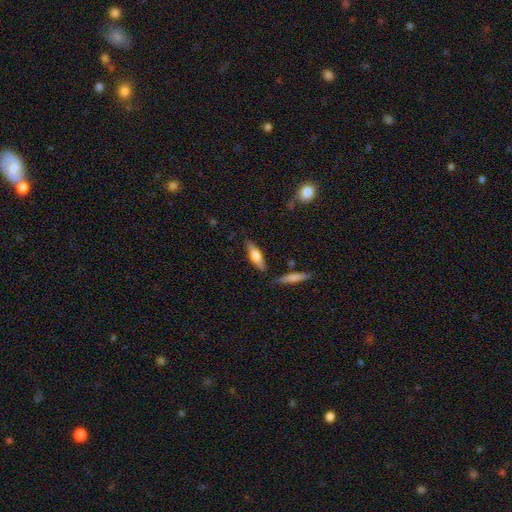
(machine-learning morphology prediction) Smooth or featured: smooth — 54% (featured or disk — 40%)
How rounded: cigar-shaped — 63% (in between — 35%)
Merging: none — 79% (minor disturbance — 13%)